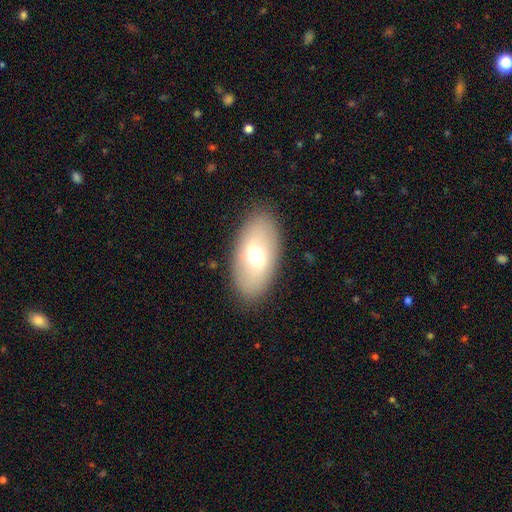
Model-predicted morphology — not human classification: smooth-or-featured: smooth: 56% | featured or disk: 36% | star or artifact: 8%
  how-rounded: in between: 91% | round: 6% | cigar-shaped: 3%
  merging: none: 86% | minor disturbance: 9% | major disturbance: 4% | merger: 1%